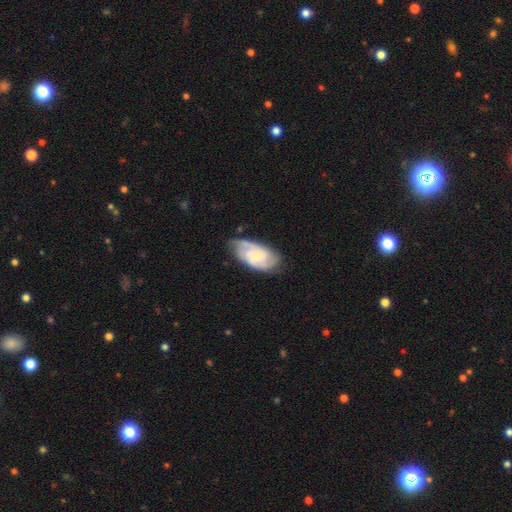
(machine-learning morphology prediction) A featured or disk galaxy (77%) with no bar (67%), 2 (47%) tight (51%) spiral arms (94%) and a small central bulge (58%).

Vote fractions:
- Smooth or featured? featured or disk: 77% / smooth: 18% / star or artifact: 5%
- Edge-on disk? no: 96% / yes: 4%
- Bar? no: 67% / weak: 29% / strong: 4%
- Spiral arms? yes: 94% / no: 6%
- Spiral winding? tight: 51% / medium: 39% / loose: 10%
- Spiral arm count? 2: 47% / 3: 22% / can't tell: 20% / 4: 4% / 1: 3% / more than 4: 3%
- Bulge size? small: 58% / moderate: 34% / none: 5% / large: 2% / dominant: 1%
- Merging? none: 62% / minor disturbance: 28% / major disturbance: 8% / merger: 2%